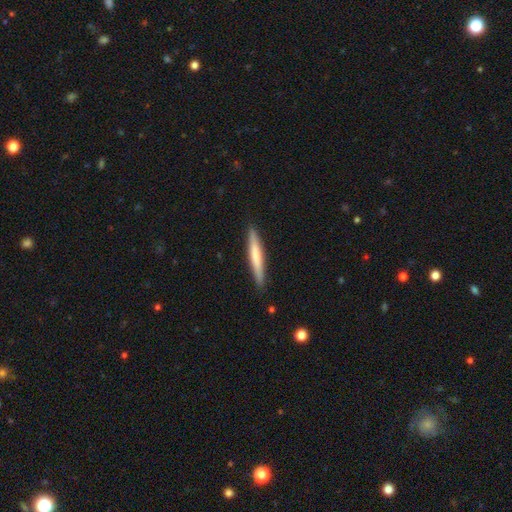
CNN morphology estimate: Smooth or featured? smooth (62%)
How rounded? cigar-shaped (95%)
Merging? none (90%)